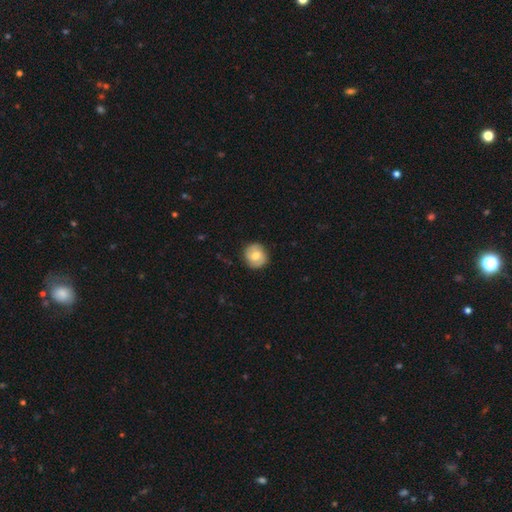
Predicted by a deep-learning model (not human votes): Smooth or featured? smooth (54%)
How rounded? round (87%)
Merging? none (86%)